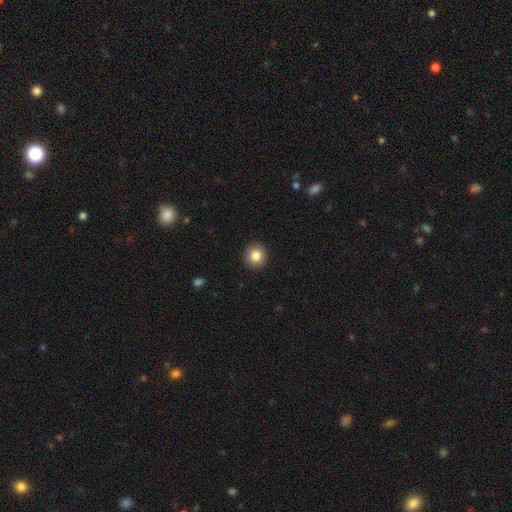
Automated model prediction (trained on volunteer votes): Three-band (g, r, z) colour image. It shows a smooth galaxy with no disk features (85%) that is round (91%). Merging: none (92%).